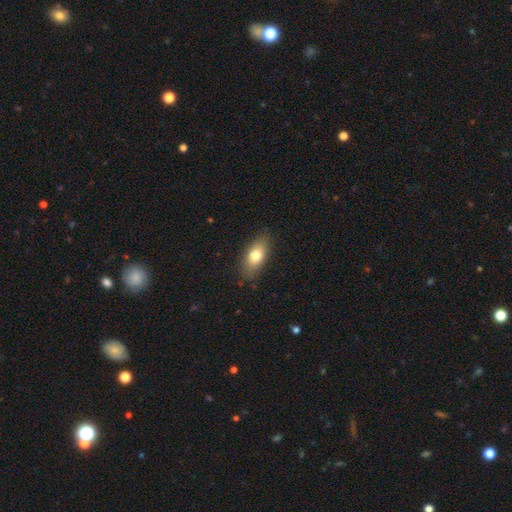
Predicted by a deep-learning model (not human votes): Smooth or featured? smooth (76%)
How rounded? in between (84%)
Merging? none (84%)